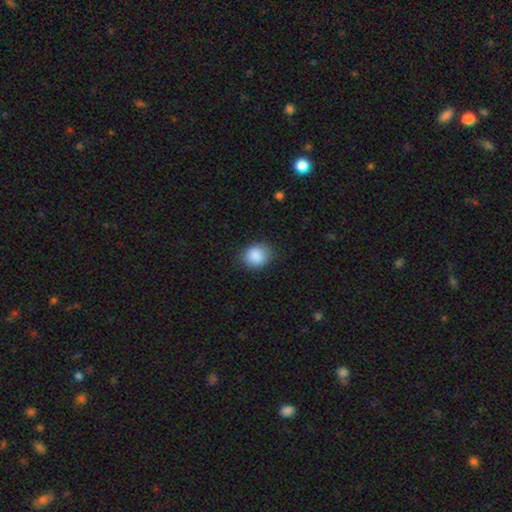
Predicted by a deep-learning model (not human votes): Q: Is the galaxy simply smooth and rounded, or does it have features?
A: smooth — 88%.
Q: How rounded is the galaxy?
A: round — 63%.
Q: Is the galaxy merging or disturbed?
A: none — 83%.